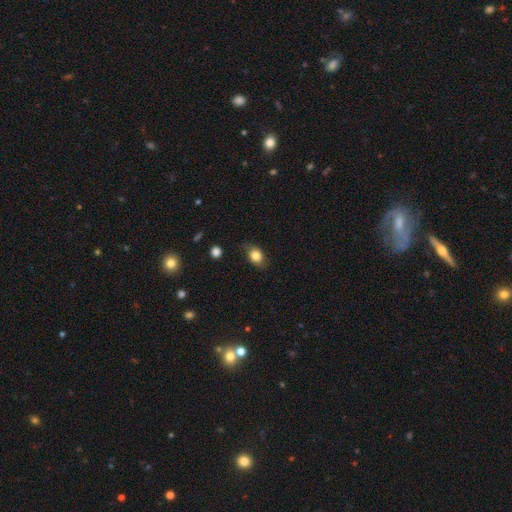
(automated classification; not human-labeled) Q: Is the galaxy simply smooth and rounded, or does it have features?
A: smooth — 81%.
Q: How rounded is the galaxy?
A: in between — 67%.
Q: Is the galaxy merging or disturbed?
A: none — 70%.